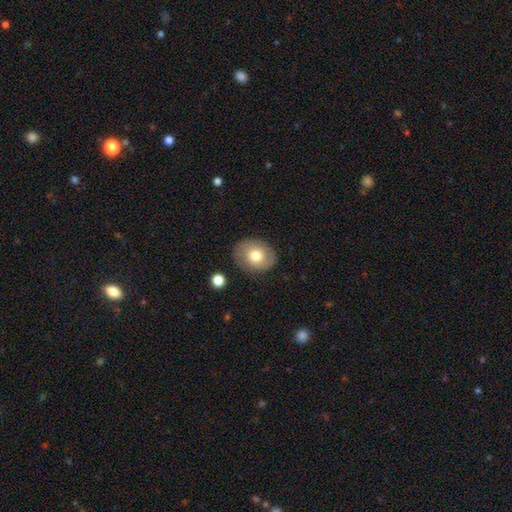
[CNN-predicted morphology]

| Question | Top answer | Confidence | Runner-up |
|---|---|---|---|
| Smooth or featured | smooth | 68% | featured or disk (24%) |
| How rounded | in between | 56% | round (43%) |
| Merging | none | 81% | minor disturbance (13%) |